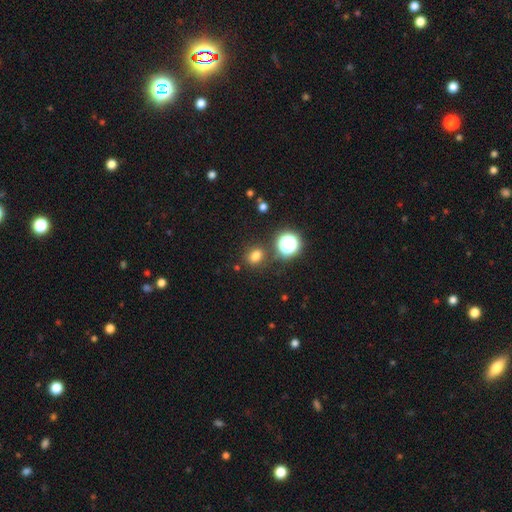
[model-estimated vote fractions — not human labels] The model was most divided on "how rounded": round: 59%, in between: 40%, cigar-shaped: 1%. More confident: merging — none (82%); smooth or featured — smooth (74%).